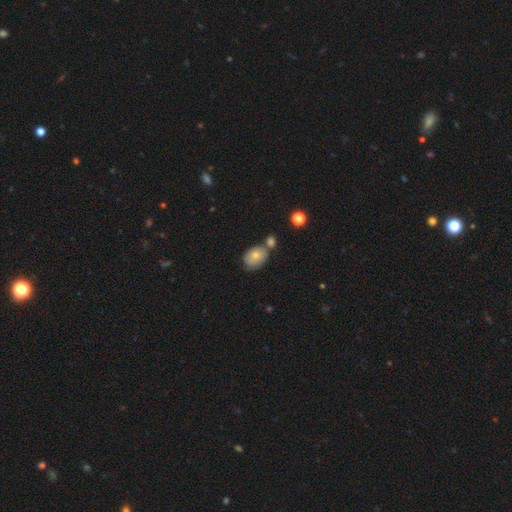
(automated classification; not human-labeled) A smooth galaxy with no disk features (76%) that is in between round and cigar-shaped (77%).

Vote fractions:
- Smooth or featured? smooth: 76% / featured or disk: 16% / star or artifact: 8%
- How rounded? in between: 77% / round: 22% / cigar-shaped: 1%
- Merging? none: 48% / merger: 30% / minor disturbance: 17% / major disturbance: 5%